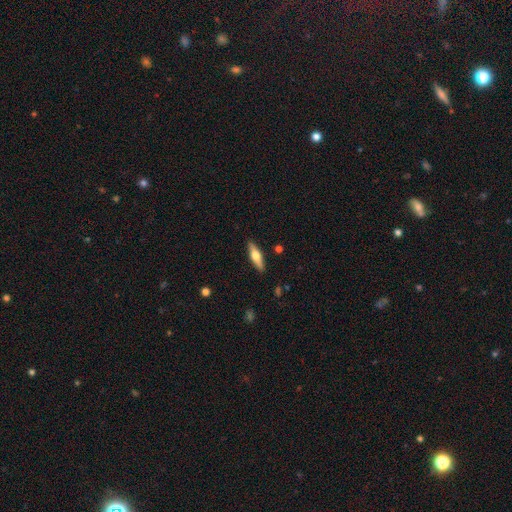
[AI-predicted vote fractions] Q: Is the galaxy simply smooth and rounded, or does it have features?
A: featured or disk — 51%.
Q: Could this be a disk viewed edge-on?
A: yes — 93%.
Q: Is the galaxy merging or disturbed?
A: none — 89%.